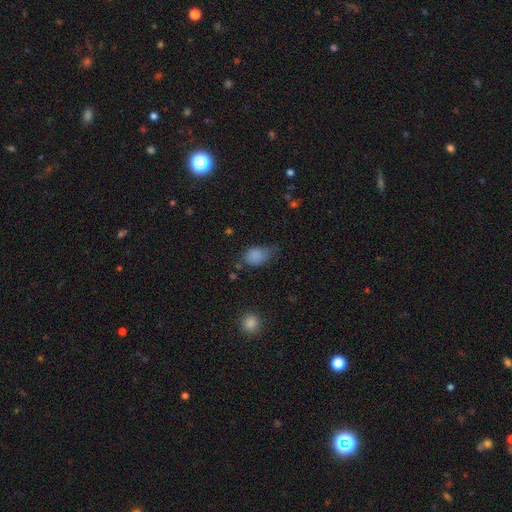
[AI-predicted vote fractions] Morphology: type=smooth (83%); roundness=in between (78%); merging=minor disturbance (42%).